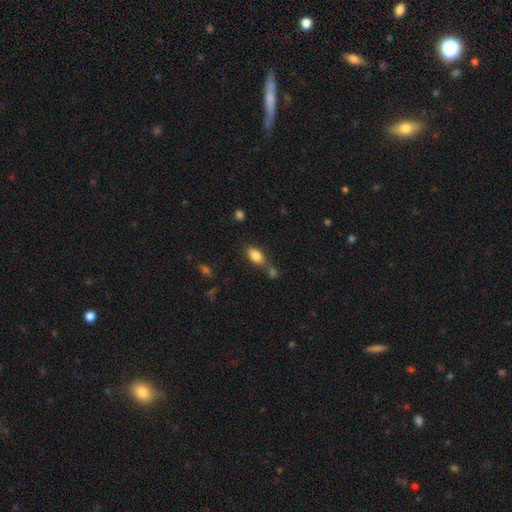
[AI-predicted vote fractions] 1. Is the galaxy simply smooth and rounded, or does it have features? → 82% smooth, 10% featured or disk, 8% star or artifact.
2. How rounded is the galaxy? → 90% in between, 6% round, 4% cigar-shaped.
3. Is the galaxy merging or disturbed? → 59% none, 22% merger, 15% minor disturbance, 5% major disturbance.